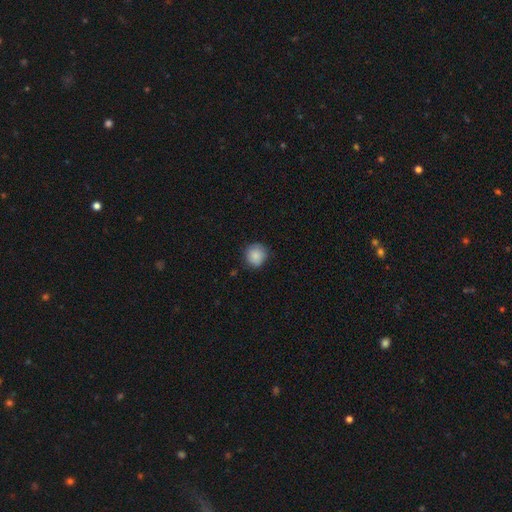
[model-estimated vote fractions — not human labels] This is clearly a smooth galaxy (87%). How rounded: clearly round (91%). Merging: clearly none (82%).